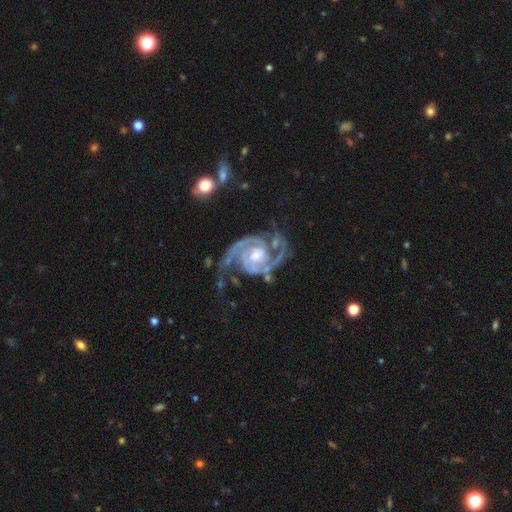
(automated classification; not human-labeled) Overall: featured or disk (94%). Edge-on disk: no (98%). Bar: no (53%; weak 34%). Spiral arms: yes (99%). Spiral arm count: 2 (89%). Spiral winding: medium (52%; tight 37%). Bulge size: small (52%; moderate 39%). Merging: none (63%).